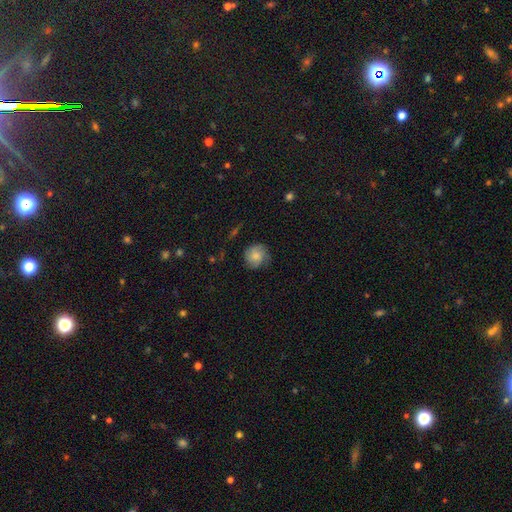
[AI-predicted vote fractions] Smooth or featured? Predicted: smooth (p=0.68). How rounded? Predicted: round (p=0.86). Merging? Predicted: none (p=0.73).